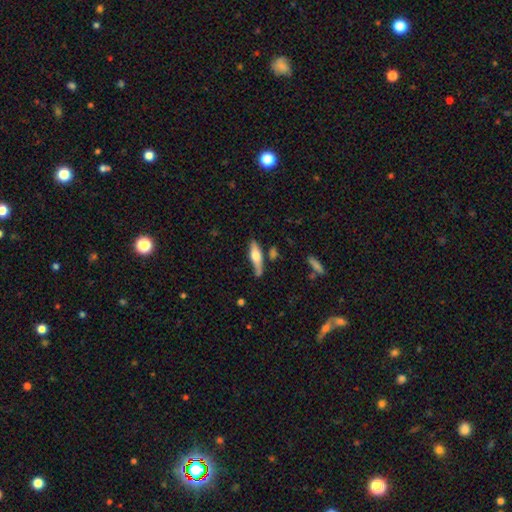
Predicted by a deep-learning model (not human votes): This is possibly a smooth galaxy (54%). How rounded: likely cigar-shaped (64%). Merging: likely none (65%).